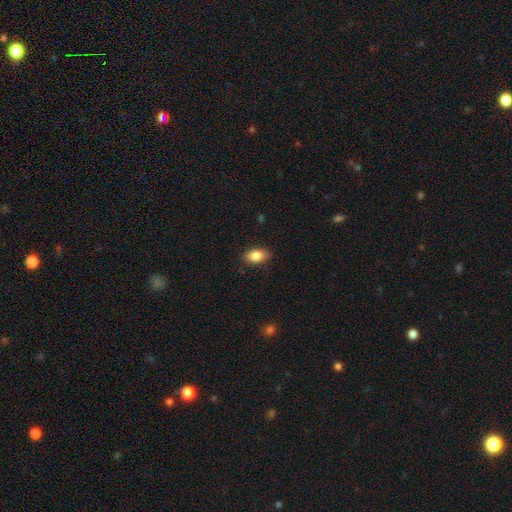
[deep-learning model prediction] A smooth galaxy with no disk features (87%) that is in between round and cigar-shaped (89%).

Vote fractions:
- Smooth or featured? smooth: 87% / star or artifact: 8% / featured or disk: 5%
- How rounded? in between: 89% / round: 9% / cigar-shaped: 2%
- Merging? none: 85% / minor disturbance: 12% / major disturbance: 3% / merger: 1%